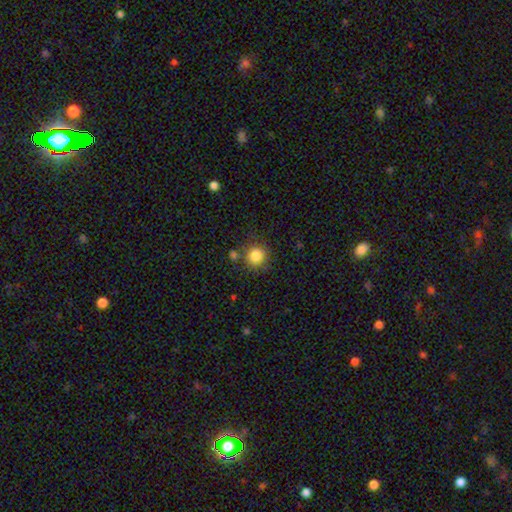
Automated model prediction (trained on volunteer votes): Overall: smooth (84%). How rounded: round (93%). Merging: none (80%).